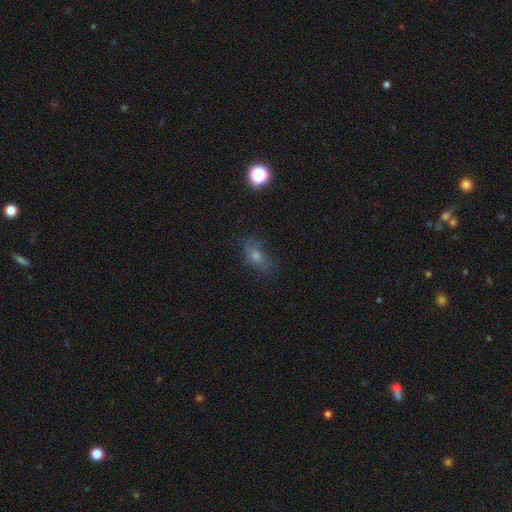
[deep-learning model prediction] This appears to be a smooth galaxy with no disk features (57%) that is in between round and cigar-shaped (72%). Merging: none (72%).